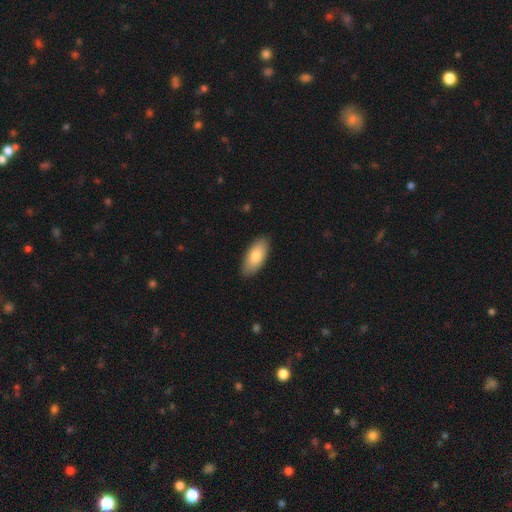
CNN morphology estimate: Q: Smooth or featured?
A: smooth (79%); runner-up: featured or disk (15%)
Q: How rounded?
A: in between (89%); runner-up: cigar-shaped (9%)
Q: Merging?
A: none (88%); runner-up: minor disturbance (9%)